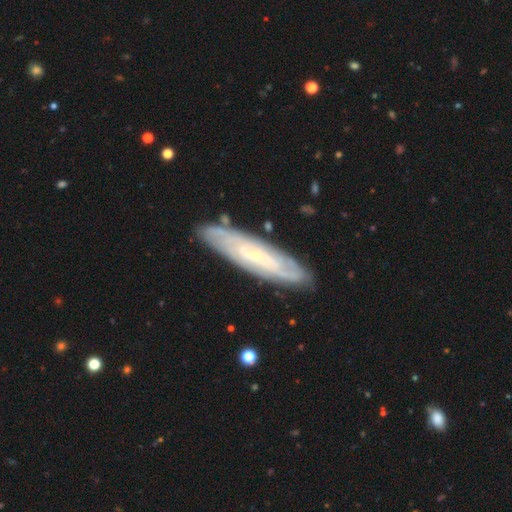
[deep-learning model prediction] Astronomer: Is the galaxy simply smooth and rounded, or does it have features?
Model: featured or disk — 70%.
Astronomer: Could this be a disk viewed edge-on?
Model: no — 65%.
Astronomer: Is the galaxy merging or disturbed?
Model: none — 85%.